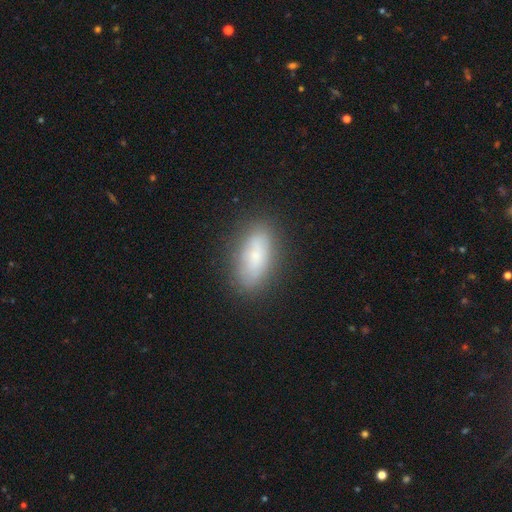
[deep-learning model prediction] A smooth galaxy with no disk features (68%) that is in between round and cigar-shaped (76%). Merging: none (81%).